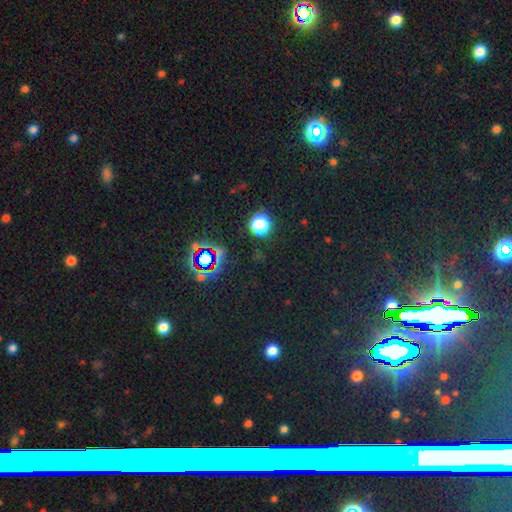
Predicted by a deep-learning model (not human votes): smooth_or_featured: star or artifact (p=0.73) [alt: smooth p=0.16]